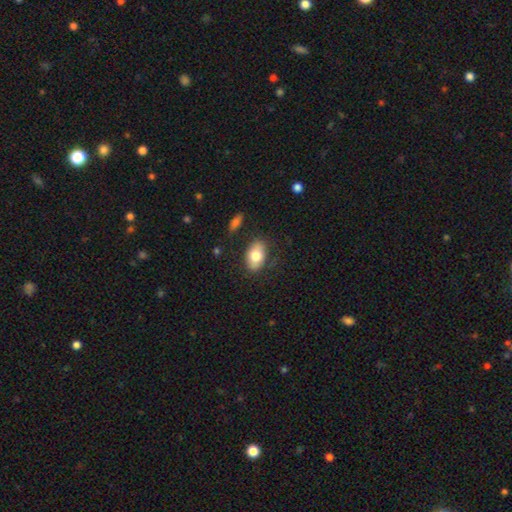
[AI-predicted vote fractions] A smooth galaxy with no disk features (77%) that is in between round and cigar-shaped (89%). Merging: none (80%).